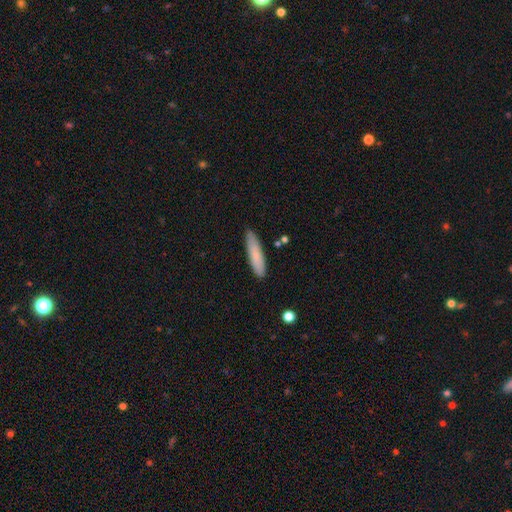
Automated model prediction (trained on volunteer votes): Morphology: type=smooth (82%); roundness=cigar-shaped (80%); merging=none (86%).